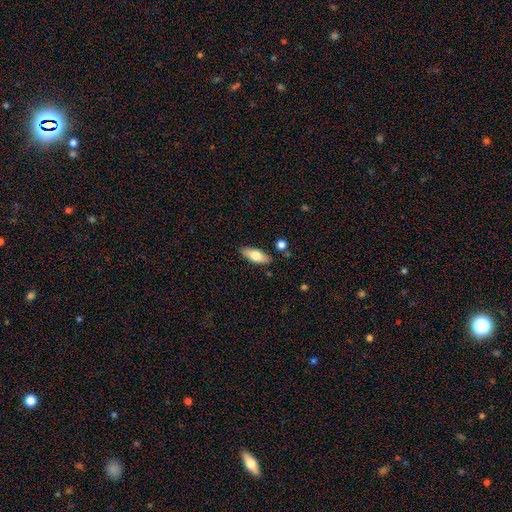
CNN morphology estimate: smooth-or-featured: smooth: 71% | featured or disk: 23% | star or artifact: 6%
  how-rounded: in between: 72% | cigar-shaped: 25% | round: 3%
  merging: none: 85% | minor disturbance: 10% | merger: 3% | major disturbance: 2%